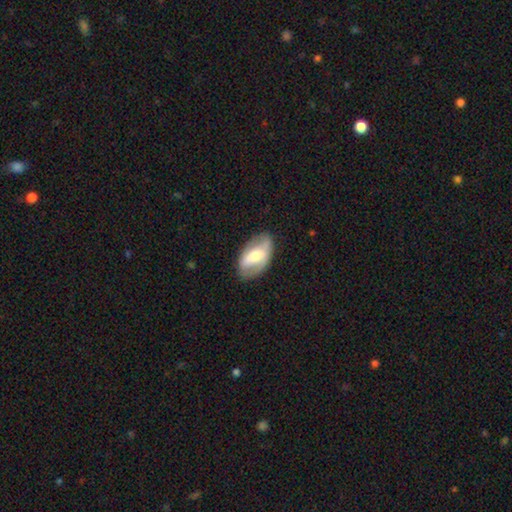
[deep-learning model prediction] This appears to be a featured or disk galaxy (49%). Merging: none (72%).